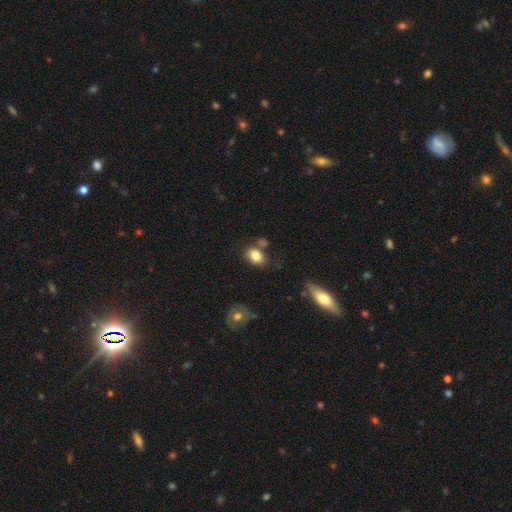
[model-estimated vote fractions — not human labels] Q: Smooth or featured?
A: smooth (82%); runner-up: star or artifact (9%)
Q: How rounded?
A: in between (78%); runner-up: round (20%)
Q: Merging?
A: none (67%); runner-up: minor disturbance (16%)